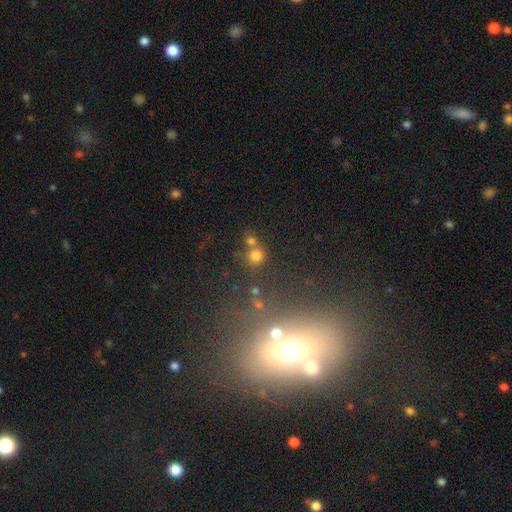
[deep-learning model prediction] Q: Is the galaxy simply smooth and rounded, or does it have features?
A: smooth — 72%.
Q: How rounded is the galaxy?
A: round — 90%.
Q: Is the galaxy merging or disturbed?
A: none — 62%.